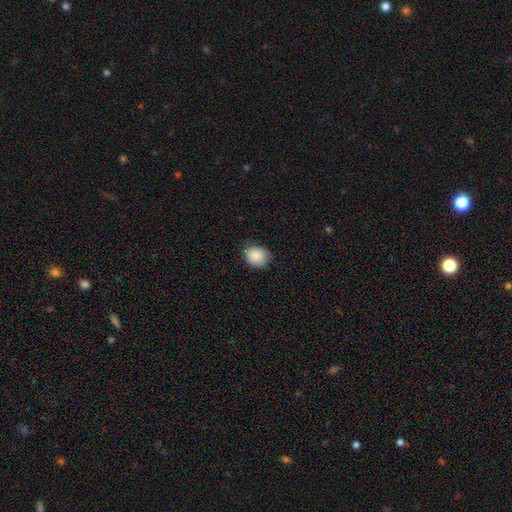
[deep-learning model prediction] A smooth galaxy with no disk features (87%) that is round (67%). Merging: none (72%).